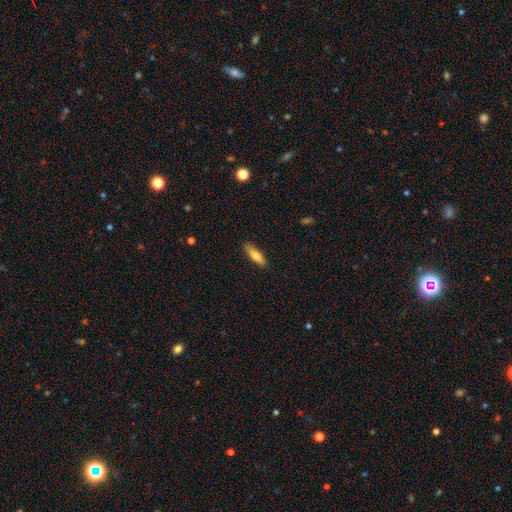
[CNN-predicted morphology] Smooth or featured?
  - smooth: 74% *
  - featured or disk: 20%
  - star or artifact: 6%
How rounded?
  - cigar-shaped: 59% *
  - in between: 39%
  - round: 2%
Merging?
  - none: 87% *
  - minor disturbance: 10%
  - major disturbance: 2%
  - merger: 1%